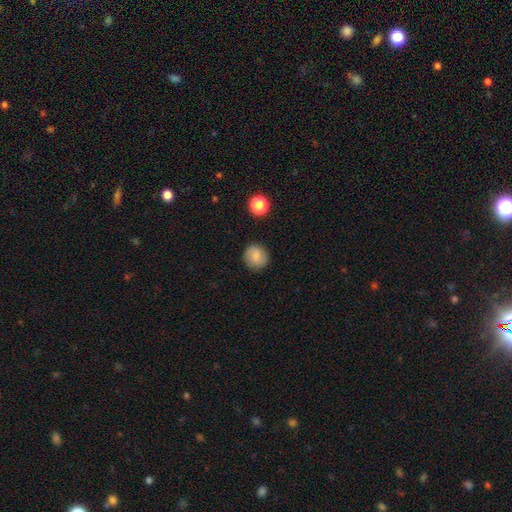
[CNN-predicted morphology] Overall: smooth (78%). How rounded: round (90%). Merging: none (87%).